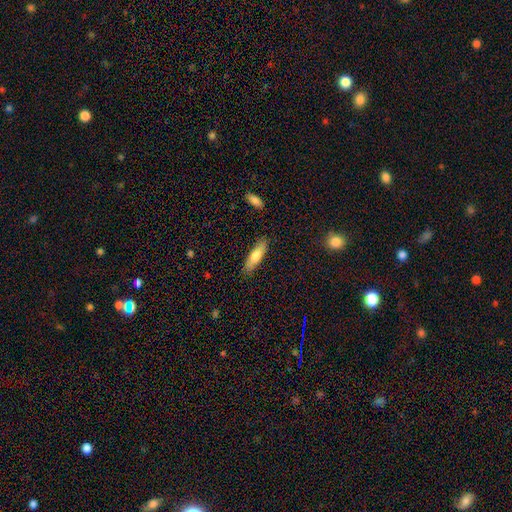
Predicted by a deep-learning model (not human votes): smooth 73%, featured or disk 21%, star or artifact 6%. Down the decision tree: how rounded — cigar-shaped (64%); merging — none (85%).